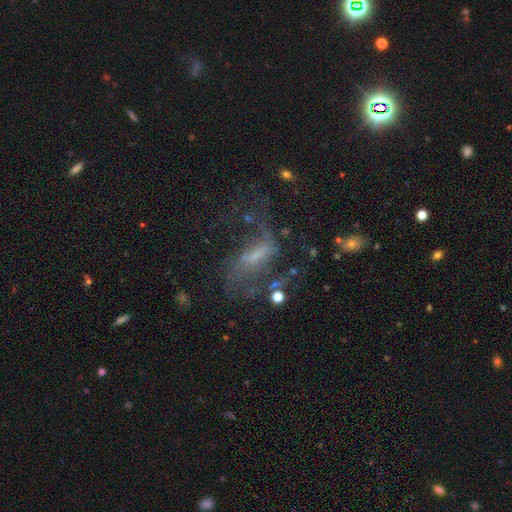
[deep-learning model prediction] Smooth or featured? featured or disk (66%)
Edge-on disk? no (92%)
Bar? weak (41%)
Spiral arms? yes (67%)
Bulge size? small (39%)
Merging? major disturbance (41%)